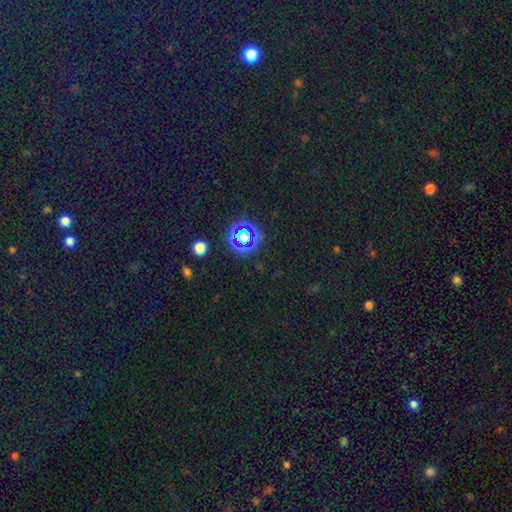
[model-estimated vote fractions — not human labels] star or artifact 60%, smooth 34%, featured or disk 6%.